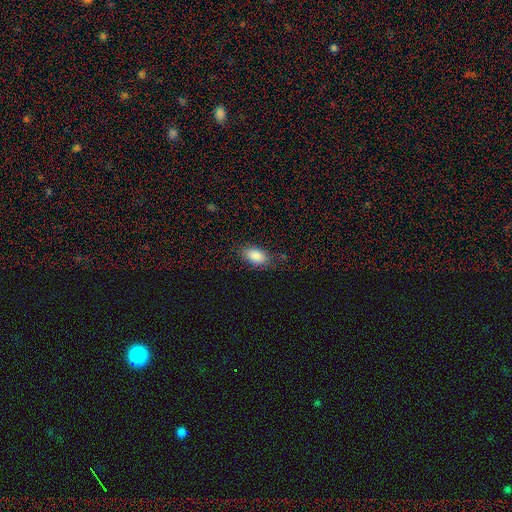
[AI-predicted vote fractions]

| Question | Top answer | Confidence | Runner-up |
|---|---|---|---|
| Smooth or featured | smooth | 86% | star or artifact (7%) |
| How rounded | in between | 92% | round (5%) |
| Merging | none | 79% | minor disturbance (16%) |